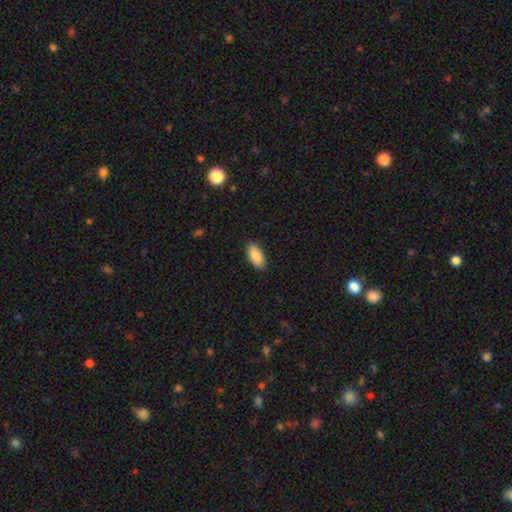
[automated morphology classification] The model was most divided on "merging": none: 88%, minor disturbance: 9%, major disturbance: 2%, merger: 1%. More confident: how rounded — in between (92%); smooth or featured — smooth (88%).